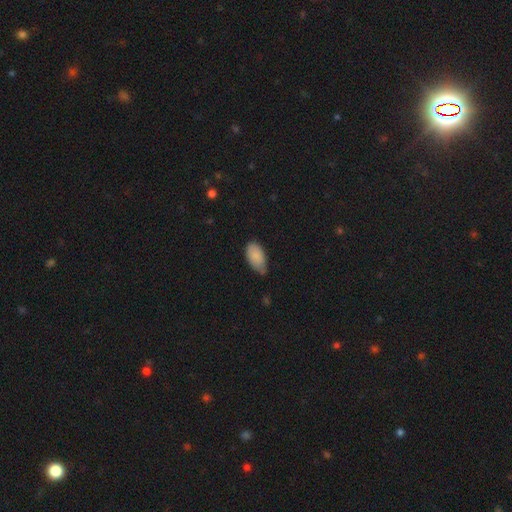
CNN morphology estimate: Q: Smooth or featured?
A: smooth (88%); runner-up: star or artifact (7%)
Q: How rounded?
A: in between (94%); runner-up: cigar-shaped (3%)
Q: Merging?
A: none (57%); runner-up: minor disturbance (35%)